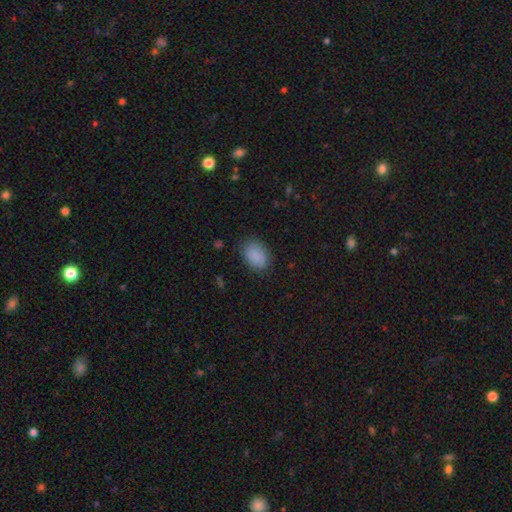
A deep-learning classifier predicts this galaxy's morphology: The model was most divided on "how rounded": in between: 82%, round: 17%, cigar-shaped: 1%. More confident: smooth or featured — smooth (88%); merging — none (80%).